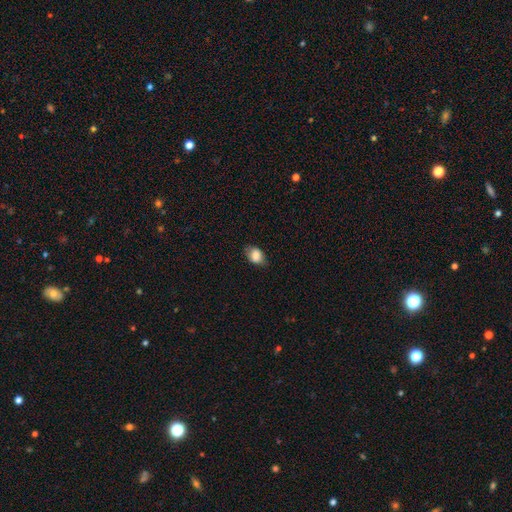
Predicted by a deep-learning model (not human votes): smooth-or-featured: smooth: 84% | star or artifact: 8% | featured or disk: 8%
  how-rounded: in between: 73% | round: 26% | cigar-shaped: 1%
  merging: none: 71% | minor disturbance: 22% | major disturbance: 5% | merger: 1%